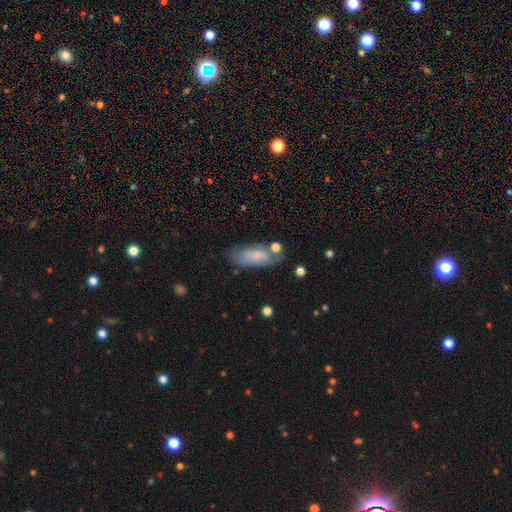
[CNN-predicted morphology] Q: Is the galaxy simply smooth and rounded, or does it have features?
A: smooth — 72%.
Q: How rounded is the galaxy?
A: in between — 79%.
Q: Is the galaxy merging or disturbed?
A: none — 58%.